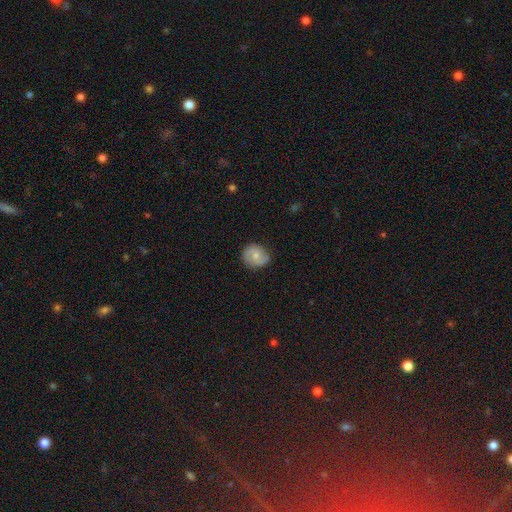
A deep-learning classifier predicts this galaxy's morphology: This is possibly a featured or disk galaxy (50%). Merging: likely none (79%).